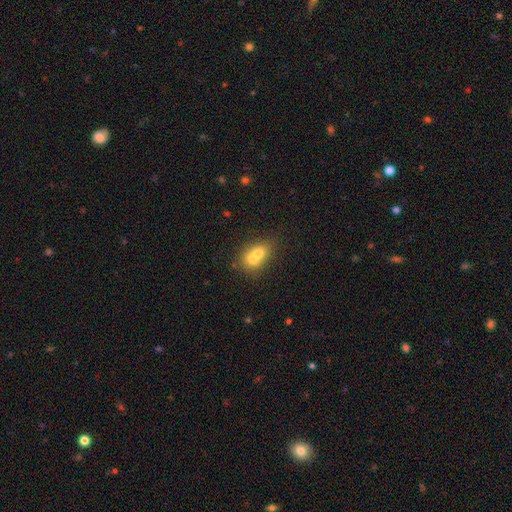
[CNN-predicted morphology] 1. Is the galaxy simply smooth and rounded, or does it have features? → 66% smooth, 25% featured or disk, 10% star or artifact.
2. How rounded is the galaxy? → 50% round, 48% in between, 1% cigar-shaped.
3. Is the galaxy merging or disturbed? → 70% merger, 21% none, 6% minor disturbance, 3% major disturbance.